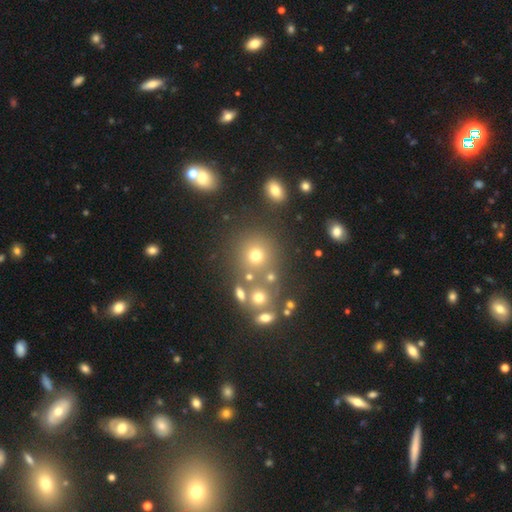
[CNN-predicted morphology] Smooth or featured: smooth — 67% (star or artifact — 21%)
How rounded: round — 86% (in between — 13%)
Merging: none — 69% (merger — 16%)